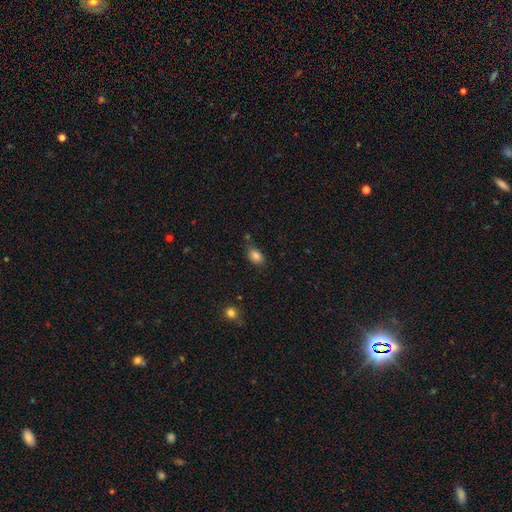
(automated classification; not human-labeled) The model was most divided on "merging": none: 68%, minor disturbance: 21%, merger: 6%, major disturbance: 5%. More confident: how rounded — in between (87%); smooth or featured — smooth (84%).